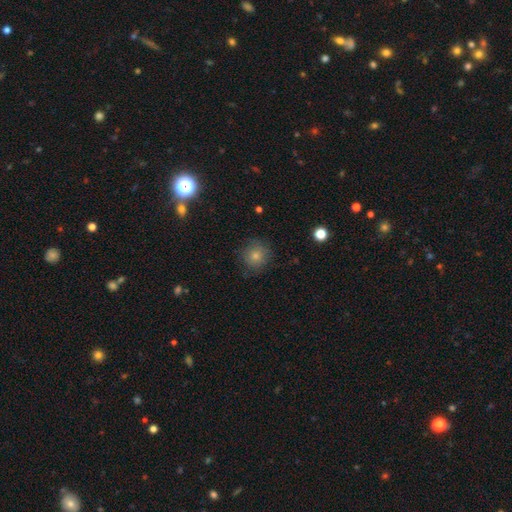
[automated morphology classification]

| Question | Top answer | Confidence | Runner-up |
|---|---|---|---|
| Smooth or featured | smooth | 79% | star or artifact (12%) |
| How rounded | round | 91% | in between (8%) |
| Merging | none | 83% | minor disturbance (12%) |